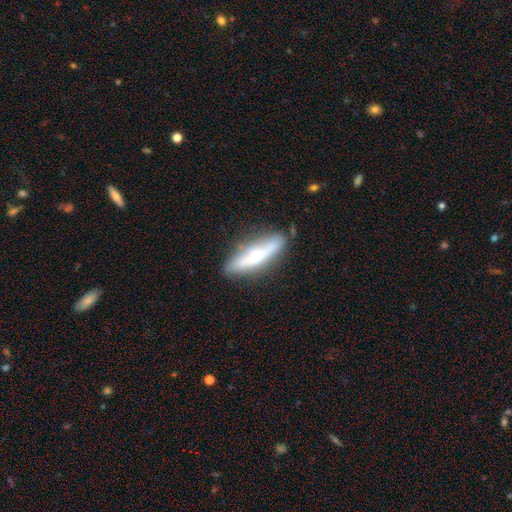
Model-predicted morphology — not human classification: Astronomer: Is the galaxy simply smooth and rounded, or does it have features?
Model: smooth — 48% (runner-up: featured or disk, 45%).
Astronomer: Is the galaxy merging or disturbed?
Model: none — 74%.